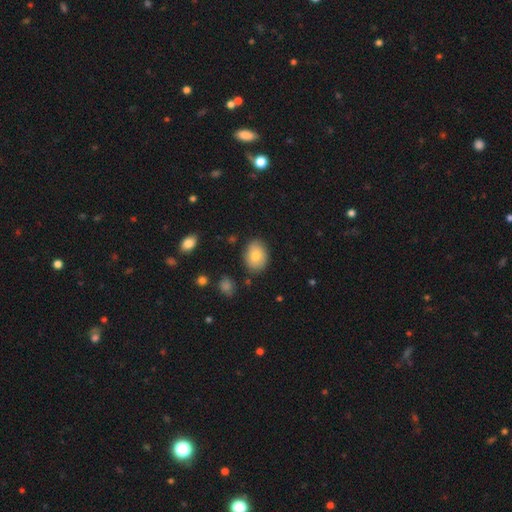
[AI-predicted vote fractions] A smooth galaxy with no disk features (77%) that is in between round and cigar-shaped (68%). Merging: none (81%).